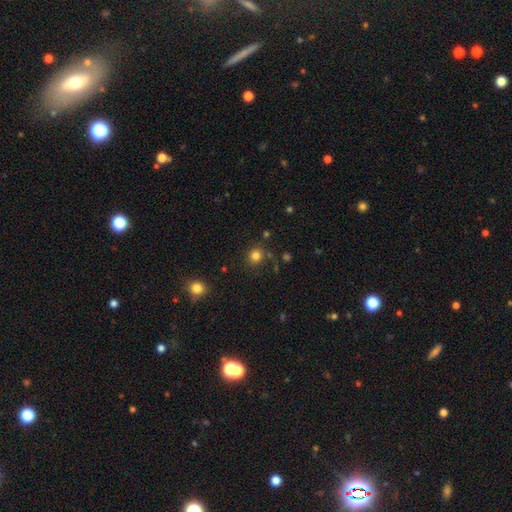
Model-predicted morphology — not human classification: A smooth galaxy with no disk features (81%) that is round (90%).

Vote fractions:
- Smooth or featured? smooth: 81% / star or artifact: 14% / featured or disk: 5%
- How rounded? round: 90% / in between: 9% / cigar-shaped: 1%
- Merging? none: 83% / minor disturbance: 9% / merger: 5% / major disturbance: 3%